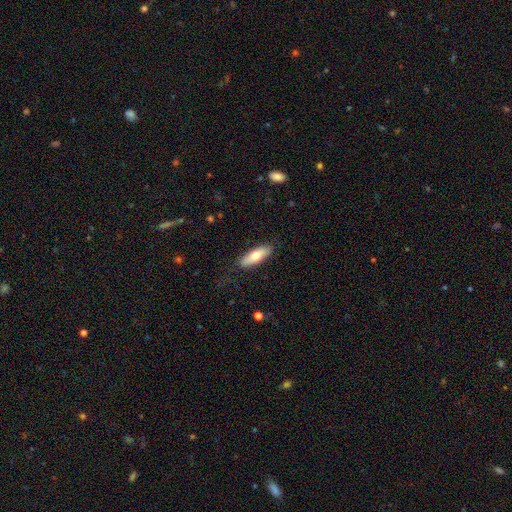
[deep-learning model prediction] smooth-or-featured: smooth: 68% | featured or disk: 26% | star or artifact: 6%
  how-rounded: in between: 60% | cigar-shaped: 38% | round: 2%
  merging: none: 85% | minor disturbance: 11% | major disturbance: 3% | merger: 1%